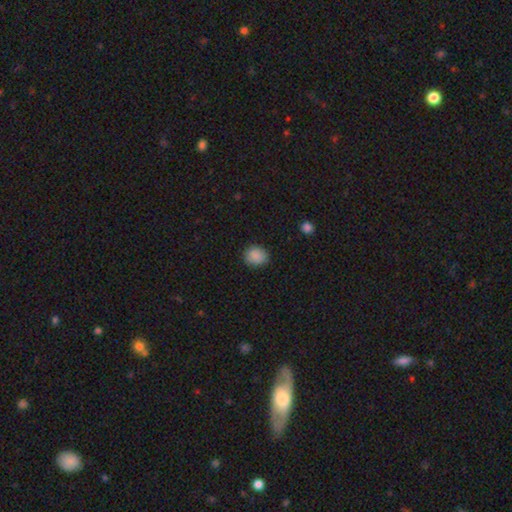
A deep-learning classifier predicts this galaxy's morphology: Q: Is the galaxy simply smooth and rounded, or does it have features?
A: smooth — 88%.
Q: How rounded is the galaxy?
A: round — 70%.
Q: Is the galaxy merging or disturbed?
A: none — 86%.